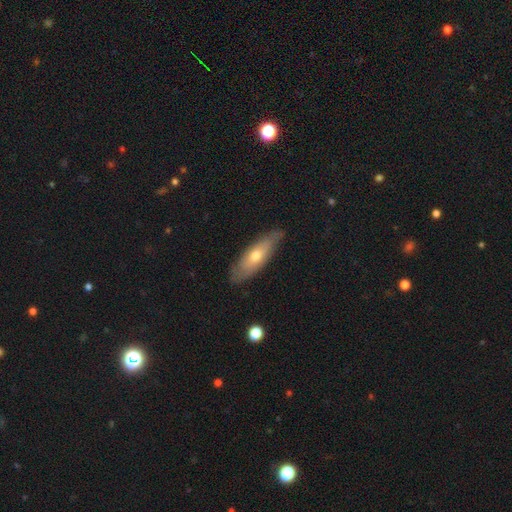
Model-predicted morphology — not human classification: A smooth galaxy with no disk features (49%). Merging: none (80%).